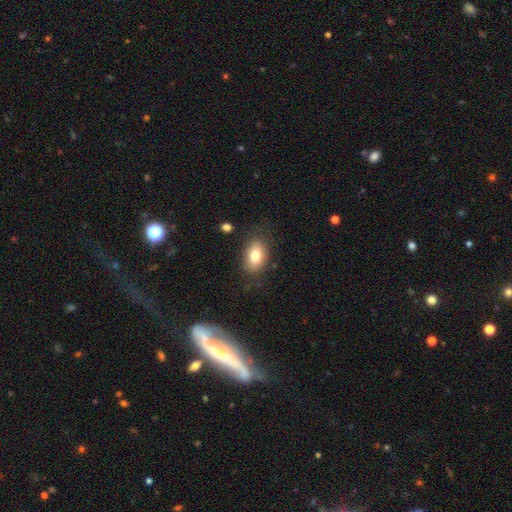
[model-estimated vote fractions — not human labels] The model was most divided on "merging": none: 80%, minor disturbance: 14%, major disturbance: 5%, merger: 2%. More confident: how rounded — in between (88%); smooth or featured — smooth (80%).